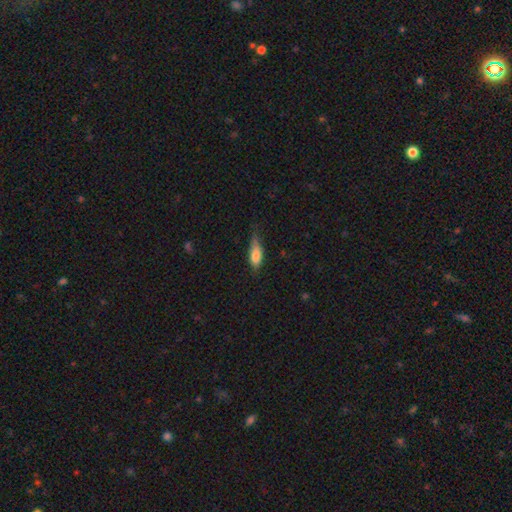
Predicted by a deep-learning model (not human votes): smooth-or-featured: smooth: 77% | featured or disk: 15% | star or artifact: 8%
  how-rounded: in between: 66% | cigar-shaped: 31% | round: 3%
  merging: none: 49% | minor disturbance: 39% | major disturbance: 11% | merger: 2%